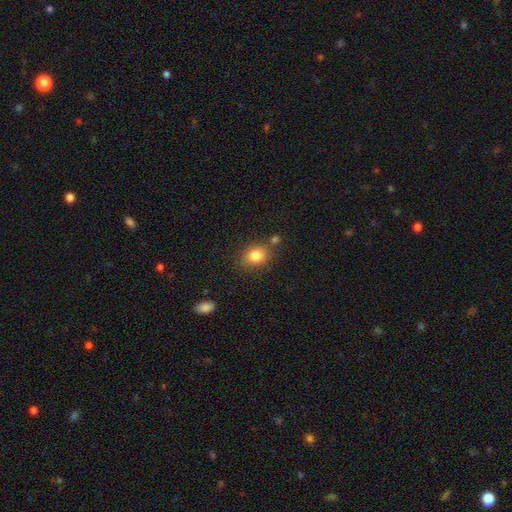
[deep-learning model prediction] smooth 81%, star or artifact 11%, featured or disk 8%. Down the decision tree: how rounded — in between (50%); merging — none (74%).